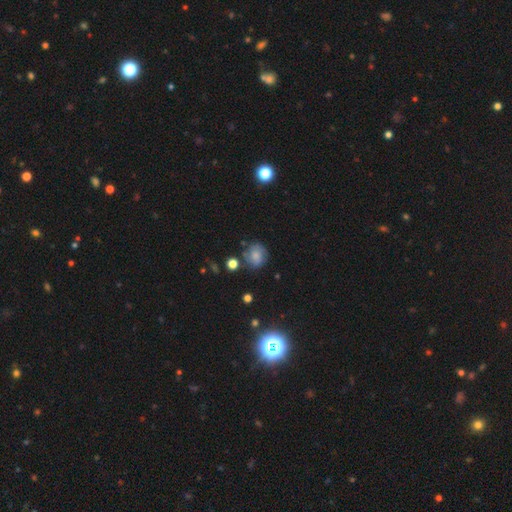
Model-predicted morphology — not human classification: Overall: smooth (60%; featured or disk 27%). How rounded: round (76%). Merging: none (71%).